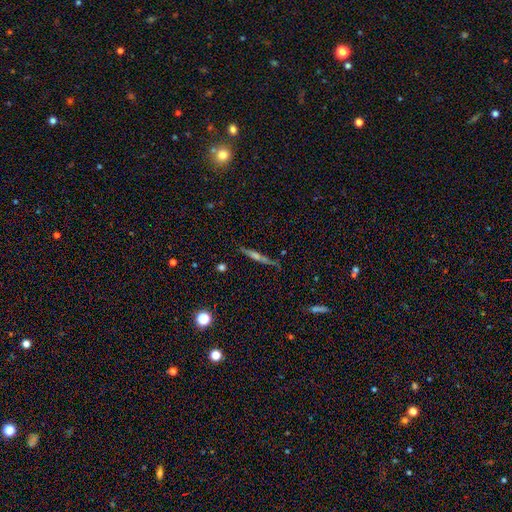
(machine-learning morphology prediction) Smooth or featured? featured or disk (63%)
Edge-on disk? yes (96%)
Edge-on bulge? rounded (65%)
Merging? none (84%)